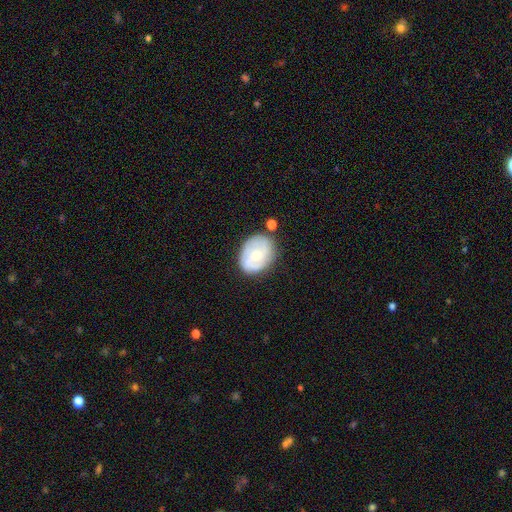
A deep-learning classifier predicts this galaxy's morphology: Overall: featured or disk (56%; smooth 37%). Edge-on disk: no (97%). Bar: no (73%). Spiral arms: yes (74%). Bulge size: moderate (50%; small 42%). Merging: none (66%).